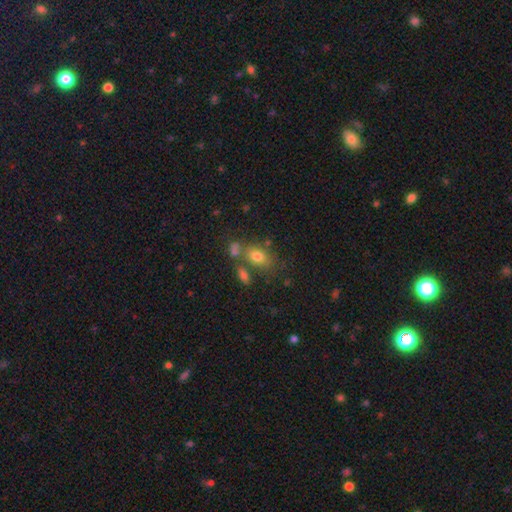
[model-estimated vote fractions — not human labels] Smooth or featured?
  - smooth: 66% *
  - star or artifact: 19%
  - featured or disk: 16%
How rounded?
  - in between: 71% *
  - round: 25%
  - cigar-shaped: 4%
Merging?
  - none: 55% *
  - merger: 27%
  - minor disturbance: 12%
  - major disturbance: 5%